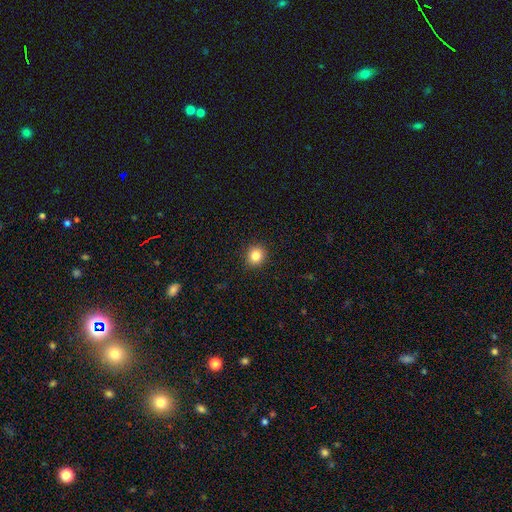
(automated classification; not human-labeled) Smooth or featured: smooth — 84% (star or artifact — 11%)
How rounded: round — 88% (in between — 11%)
Merging: none — 92% (minor disturbance — 5%)